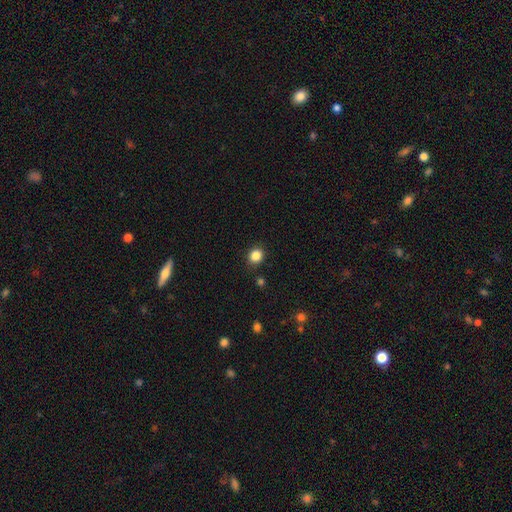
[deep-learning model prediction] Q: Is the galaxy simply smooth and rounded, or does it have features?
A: smooth — 85%.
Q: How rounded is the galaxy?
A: round — 77%.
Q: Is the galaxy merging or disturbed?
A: none — 88%.